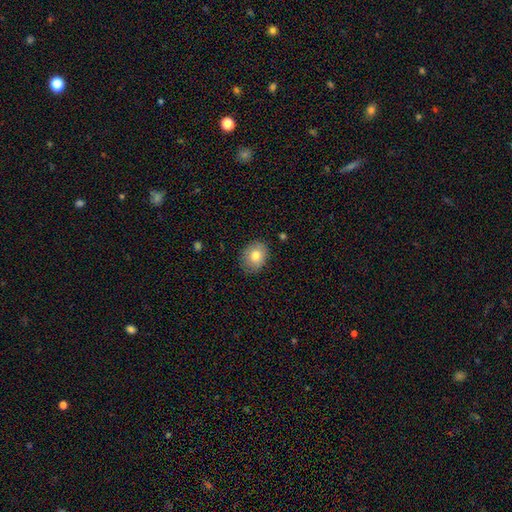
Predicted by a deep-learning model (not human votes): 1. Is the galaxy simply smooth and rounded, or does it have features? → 79% smooth, 13% featured or disk, 8% star or artifact.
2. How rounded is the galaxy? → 55% in between, 44% round, 1% cigar-shaped.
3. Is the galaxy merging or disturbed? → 83% none, 13% minor disturbance, 3% major disturbance, 1% merger.